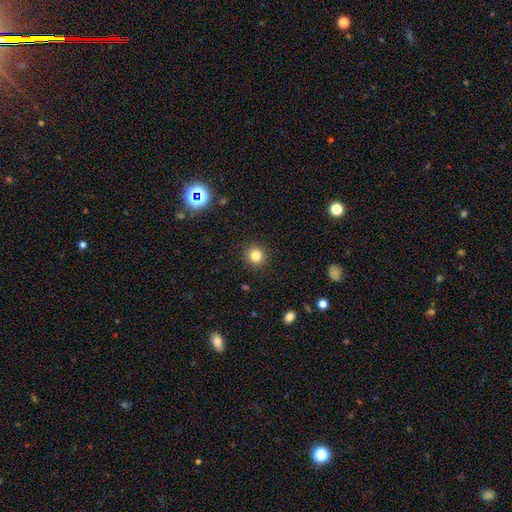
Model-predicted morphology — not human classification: smooth 82%, star or artifact 12%, featured or disk 5%. Down the decision tree: how rounded — round (89%); merging — none (91%).